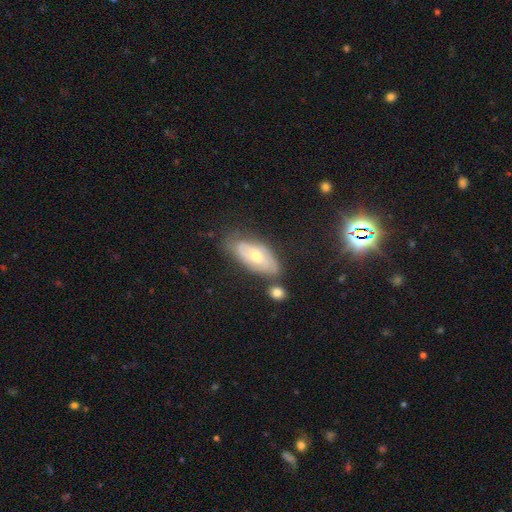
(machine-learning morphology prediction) Smooth or featured?
  - featured or disk: 61% *
  - smooth: 31%
  - star or artifact: 8%
Edge-on disk?
  - no: 85% *
  - yes: 15%
Bar?
  - no: 60% *
  - weak: 32%
  - strong: 8%
Spiral arms?
  - yes: 70% *
  - no: 30%
Bulge size?
  - moderate: 67% *
  - small: 27%
  - large: 4%
  - none: 1%
  - dominant: 1%
Merging?
  - none: 64% *
  - minor disturbance: 22%
  - merger: 7%
  - major disturbance: 7%